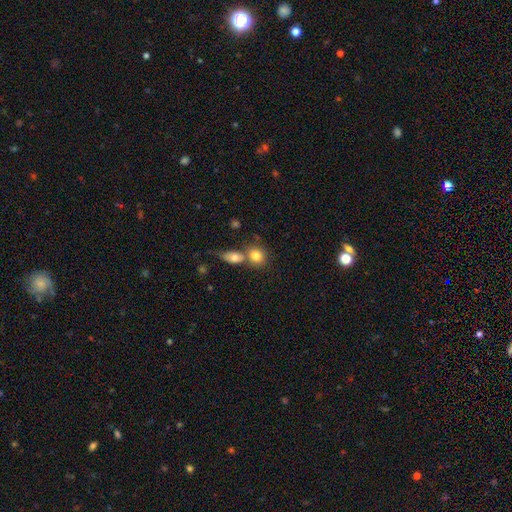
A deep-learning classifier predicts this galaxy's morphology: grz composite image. It shows a smooth galaxy with no disk features (79%) that is round (67%). Merging: merger (45%).